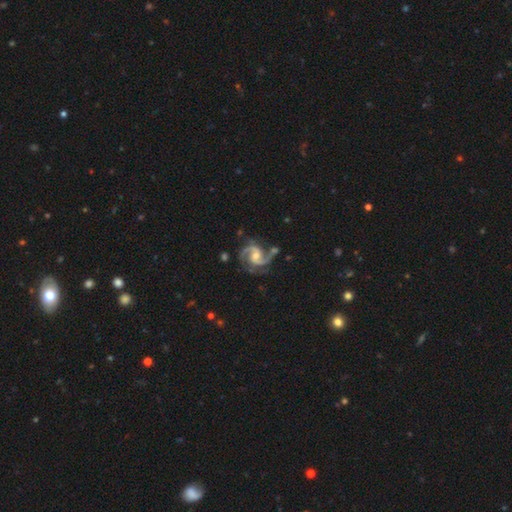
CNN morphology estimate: This appears to be a featured or disk galaxy (94%) with no bar (46%), 2 (89%) medium (64%) spiral arms (99%) and a moderate central bulge (51%). Merging: none (68%).